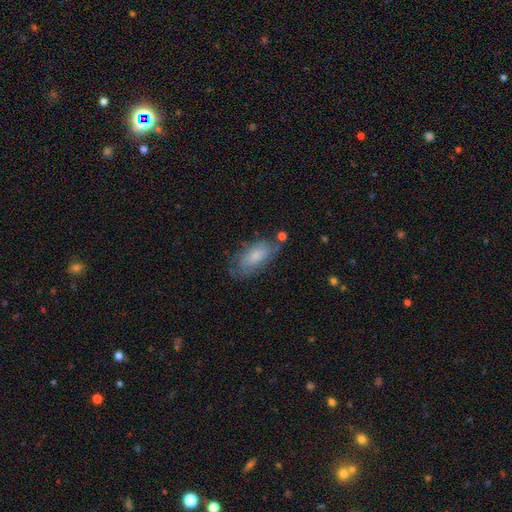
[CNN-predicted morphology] Overall: smooth (64%; featured or disk 29%). How rounded: in between (88%). Merging: none (62%; minor disturbance 24%).